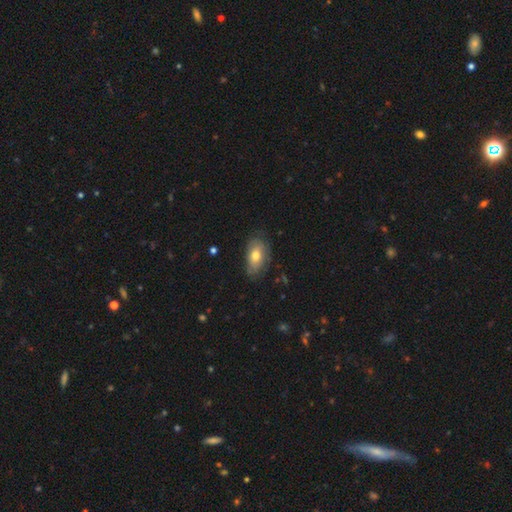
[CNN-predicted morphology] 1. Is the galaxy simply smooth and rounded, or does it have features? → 67% smooth, 26% featured or disk, 7% star or artifact.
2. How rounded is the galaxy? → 90% in between, 8% round, 3% cigar-shaped.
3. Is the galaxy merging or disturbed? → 67% none, 25% minor disturbance, 6% major disturbance, 1% merger.